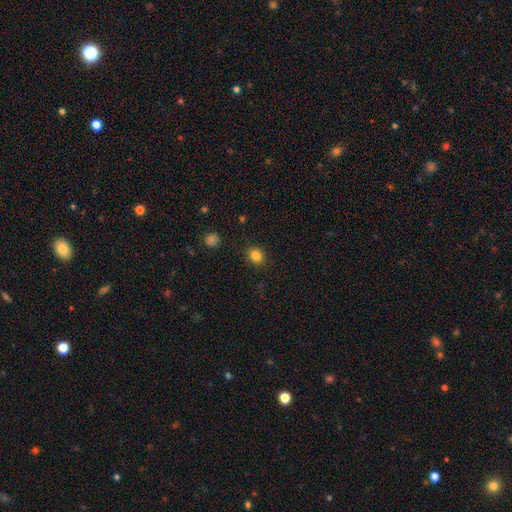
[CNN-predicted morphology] Smooth or featured? smooth (82%)
How rounded? round (72%)
Merging? none (88%)